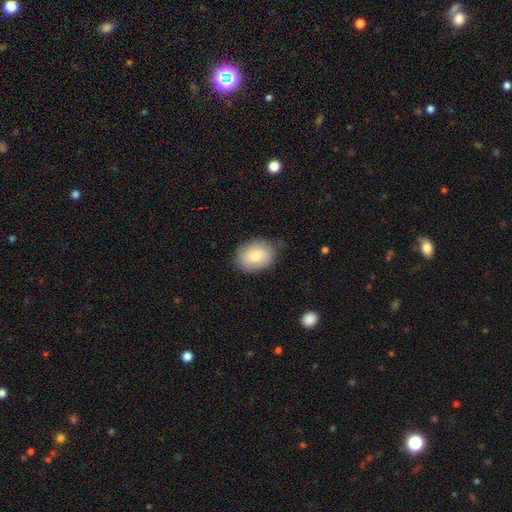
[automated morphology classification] smooth-or-featured: smooth: 78% | featured or disk: 15% | star or artifact: 7%
  how-rounded: in between: 70% | round: 29% | cigar-shaped: 1%
  merging: none: 78% | minor disturbance: 17% | major disturbance: 4% | merger: 1%